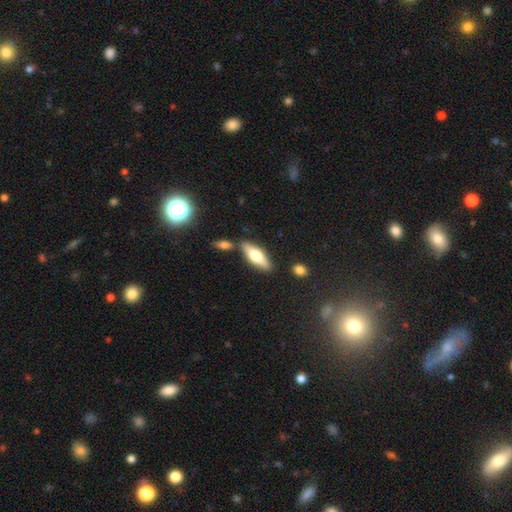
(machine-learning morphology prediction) Smooth or featured? Predicted: smooth (p=0.54). How rounded? Predicted: in between (p=0.56). Merging? Predicted: none (p=0.77).